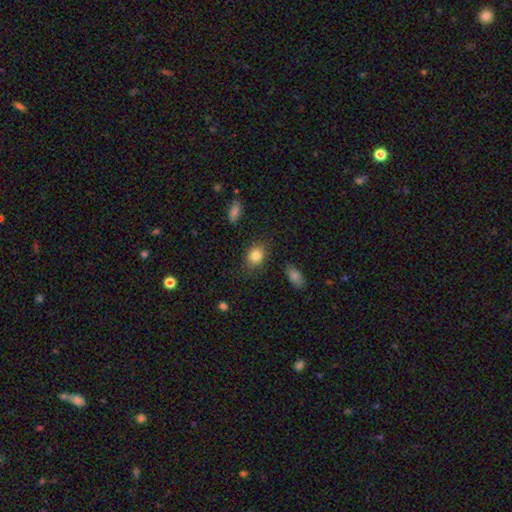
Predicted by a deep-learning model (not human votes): Smooth or featured?
  - smooth: 84% *
  - star or artifact: 9%
  - featured or disk: 7%
How rounded?
  - in between: 61% *
  - round: 38%
  - cigar-shaped: 1%
Merging?
  - none: 80% *
  - minor disturbance: 14%
  - major disturbance: 4%
  - merger: 2%